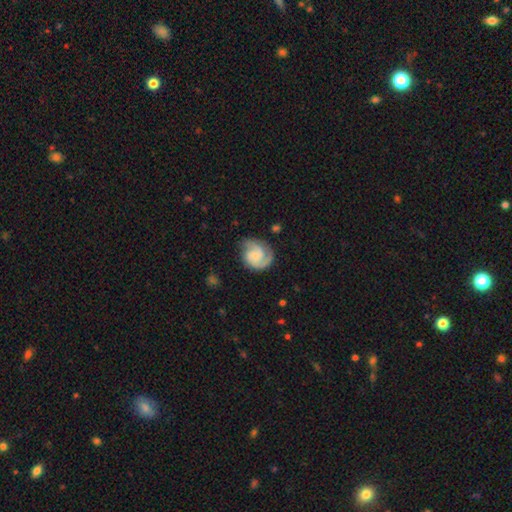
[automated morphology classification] Overall: featured or disk (83%). Edge-on disk: no (98%). Bar: no (65%; weak 30%). Spiral arms: yes (97%). Spiral arm count: 2 (69%). Spiral winding: tight (49%; medium 41%). Bulge size: small (60%). Merging: none (69%).